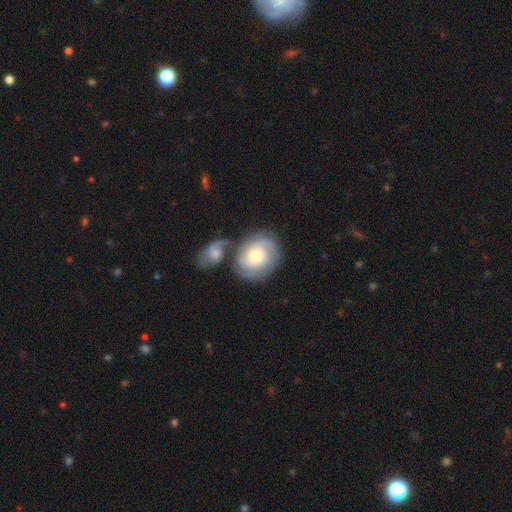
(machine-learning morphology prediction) This appears to be a featured or disk galaxy (60%) with no bar (76%), 2 (45%) tight (56%) spiral arms (89%) and a moderate central bulge (57%). Merging: none (52%).